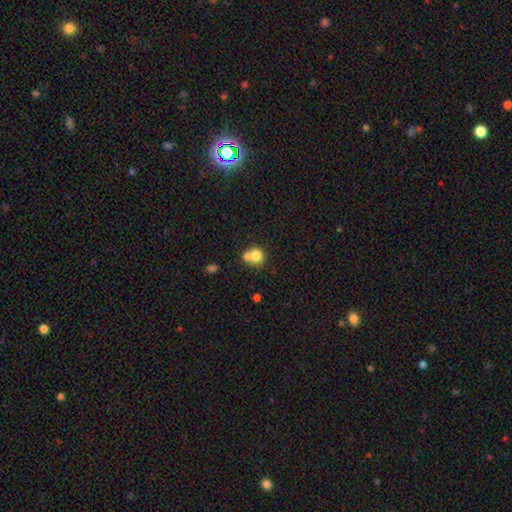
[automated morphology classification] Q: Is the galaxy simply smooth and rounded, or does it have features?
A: smooth — 76%.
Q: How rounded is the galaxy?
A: round — 80%.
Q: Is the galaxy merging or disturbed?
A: merger — 49%.